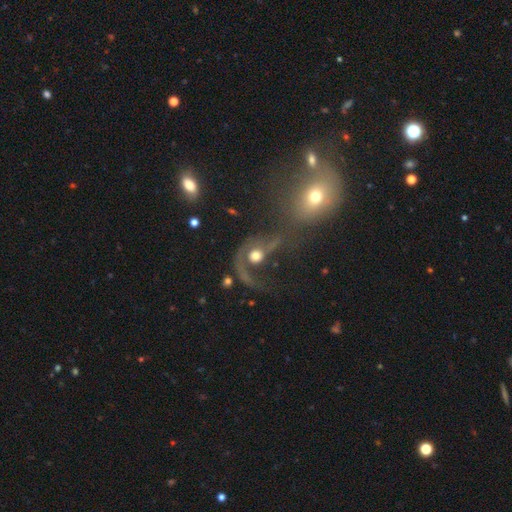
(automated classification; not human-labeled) smooth-or-featured: featured or disk: 64% | smooth: 26% | star or artifact: 10%
  disk-edge-on: no: 96% | yes: 4%
    bar: no: 80% | weak: 15% | strong: 5%
    has-spiral-arms: yes: 78% | no: 22%
    bulge-size: moderate: 55% | large: 28% | small: 10% | dominant: 4% | none: 3%
  merging: major disturbance: 42% | none: 28% | merger: 17% | minor disturbance: 13%